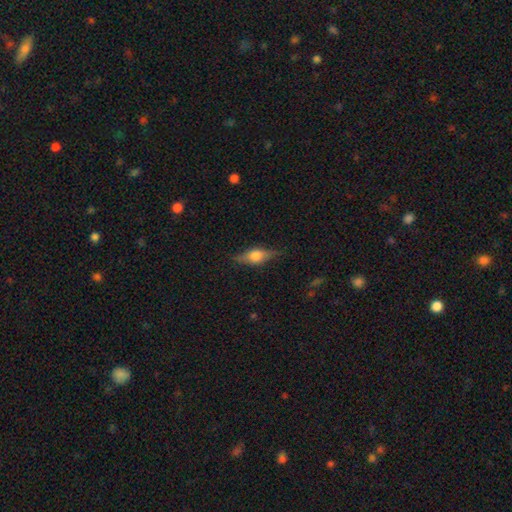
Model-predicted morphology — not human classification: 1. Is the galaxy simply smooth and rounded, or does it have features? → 50% featured or disk, 43% smooth, 8% star or artifact.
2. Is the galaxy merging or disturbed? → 80% none, 15% minor disturbance, 4% major disturbance, 1% merger.